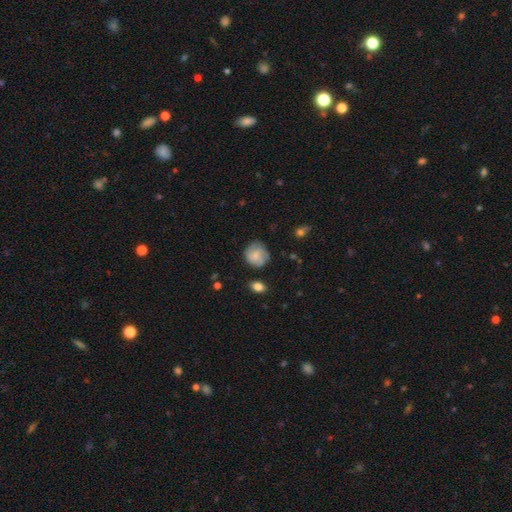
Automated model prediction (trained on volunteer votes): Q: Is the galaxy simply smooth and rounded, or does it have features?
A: smooth — 62%.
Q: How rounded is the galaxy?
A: round — 83%.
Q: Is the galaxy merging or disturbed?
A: none — 66%.